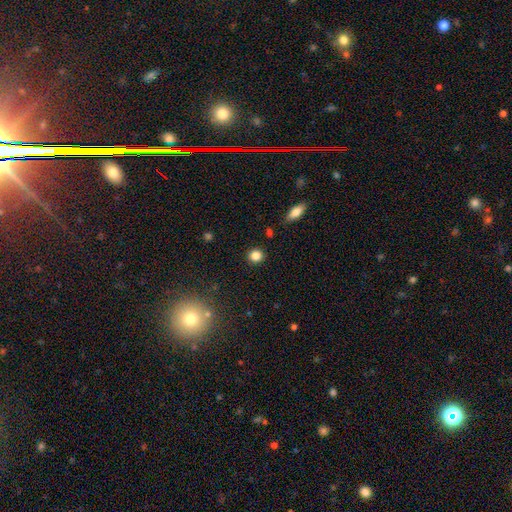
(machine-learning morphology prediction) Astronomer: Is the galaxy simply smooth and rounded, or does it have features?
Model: smooth — 84%.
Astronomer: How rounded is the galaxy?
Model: round — 87%.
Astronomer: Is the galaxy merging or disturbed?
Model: none — 89%.